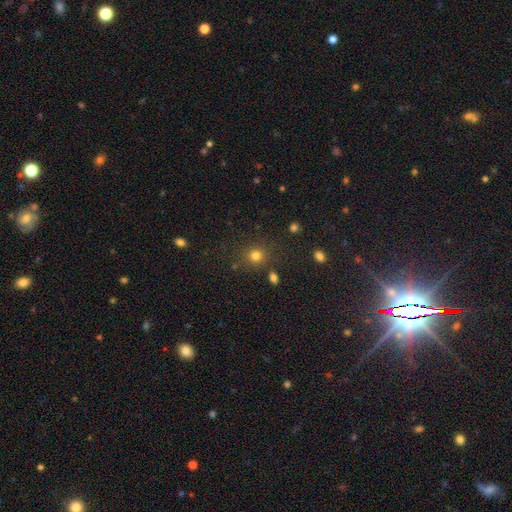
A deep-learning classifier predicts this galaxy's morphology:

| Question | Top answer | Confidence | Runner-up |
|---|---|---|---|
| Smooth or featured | smooth | 79% | star or artifact (15%) |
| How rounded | round | 87% | in between (12%) |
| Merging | none | 81% | minor disturbance (9%) |